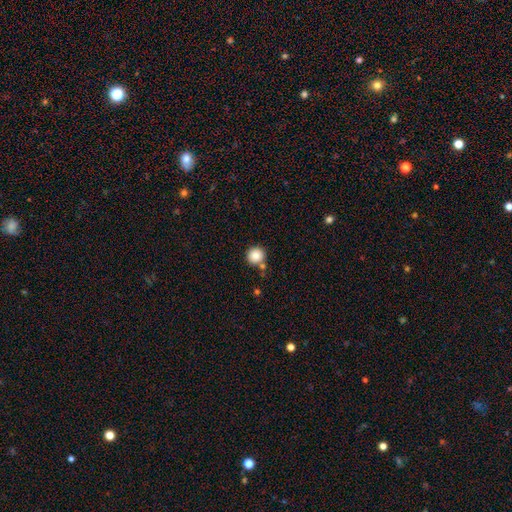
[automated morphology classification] smooth-or-featured: smooth: 84% | star or artifact: 10% | featured or disk: 6%
  how-rounded: round: 94% | in between: 6% | cigar-shaped: 1%
  merging: none: 77% | merger: 11% | minor disturbance: 9% | major disturbance: 3%